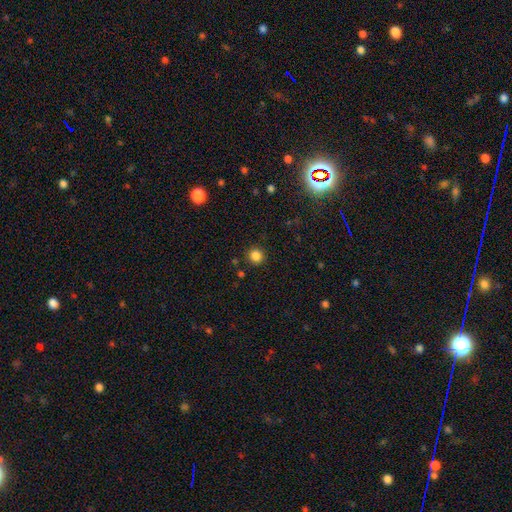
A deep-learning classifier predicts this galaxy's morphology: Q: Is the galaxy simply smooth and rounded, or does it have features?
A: smooth — 85%.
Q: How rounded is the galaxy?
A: round — 93%.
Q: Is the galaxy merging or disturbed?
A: none — 89%.